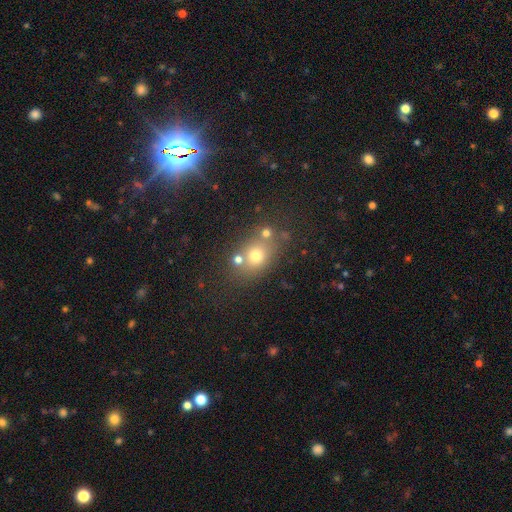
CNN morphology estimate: A smooth galaxy with no disk features (67%) that is round (55%).

Vote fractions:
- Smooth or featured? smooth: 67% / star or artifact: 18% / featured or disk: 15%
- How rounded? round: 55% / in between: 44% / cigar-shaped: 2%
- Merging? none: 66% / merger: 17% / minor disturbance: 12% / major disturbance: 5%